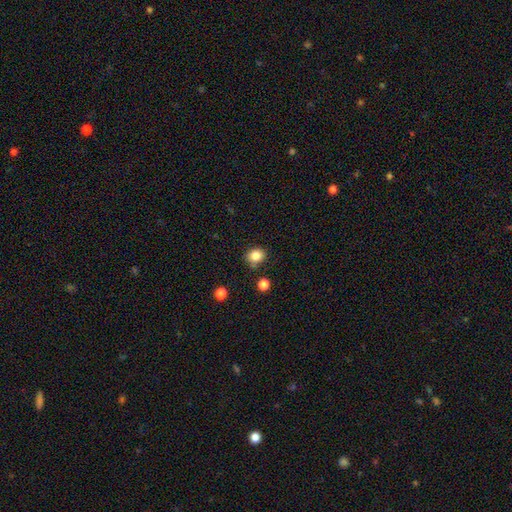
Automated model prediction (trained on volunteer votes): Smooth or featured: smooth — 84% (star or artifact — 11%)
How rounded: round — 67% (in between — 32%)
Merging: none — 78% (minor disturbance — 13%)